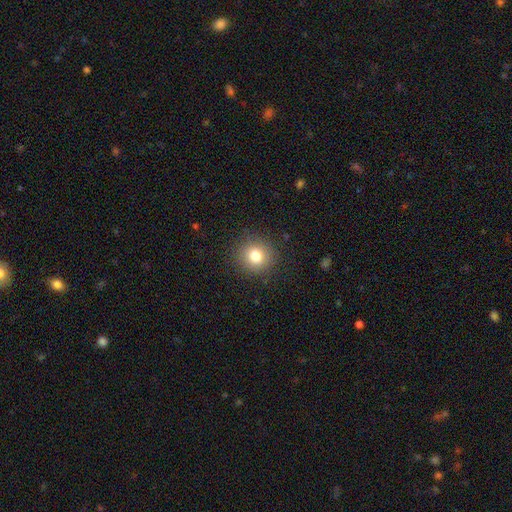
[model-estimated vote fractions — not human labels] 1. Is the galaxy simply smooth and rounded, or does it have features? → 79% smooth, 13% star or artifact, 8% featured or disk.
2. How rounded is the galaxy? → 91% round, 8% in between, 1% cigar-shaped.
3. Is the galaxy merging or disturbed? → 90% none, 7% minor disturbance, 3% major disturbance, 1% merger.